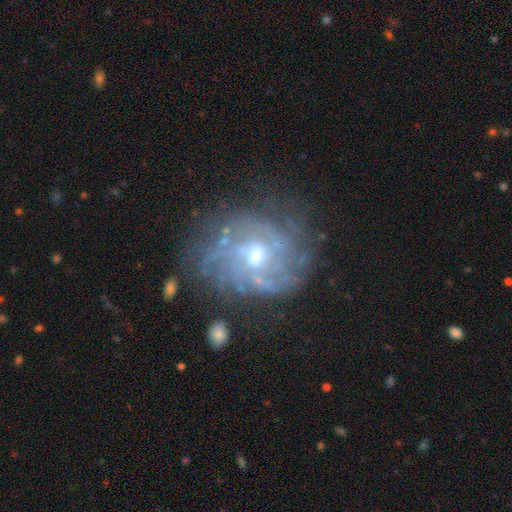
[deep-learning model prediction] Morphology: type=featured or disk (83%); edge-on=no (97%); bar=no (55%); spiral arms=yes (90%); winding=tight (54%); arm count=can't tell (43%); bulge=moderate (56%); merging=none (67%).